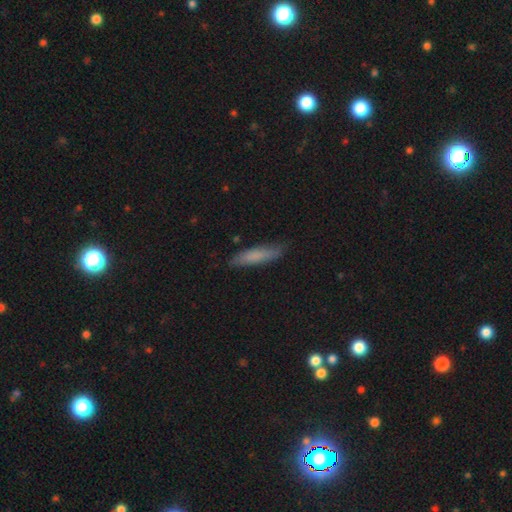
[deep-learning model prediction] smooth 76%, featured or disk 18%, star or artifact 6%. Down the decision tree: how rounded — cigar-shaped (83%); merging — none (82%).